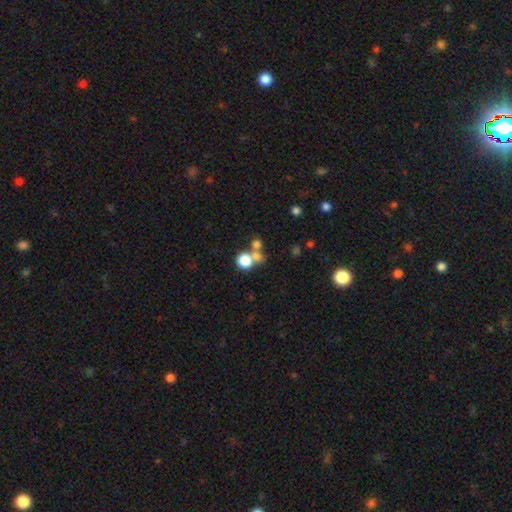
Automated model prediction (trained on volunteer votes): Morphology: type=smooth (67%); roundness=round (86%); merging=none (50%).